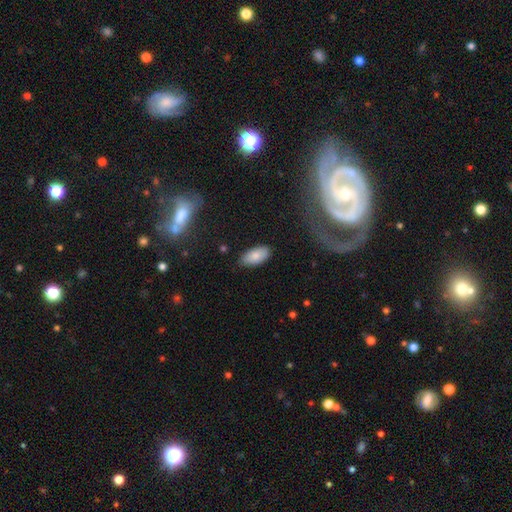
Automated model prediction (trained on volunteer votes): This appears to be a smooth galaxy with no disk features (84%) that is in between round and cigar-shaped (94%). Merging: none (84%).